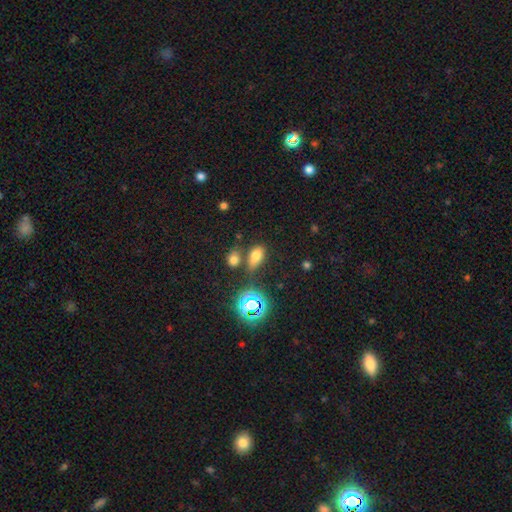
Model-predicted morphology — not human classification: Smooth or featured?
  - smooth: 68% *
  - star or artifact: 23%
  - featured or disk: 8%
How rounded?
  - in between: 84% *
  - round: 11%
  - cigar-shaped: 4%
Merging?
  - none: 64% *
  - merger: 17%
  - minor disturbance: 14%
  - major disturbance: 6%